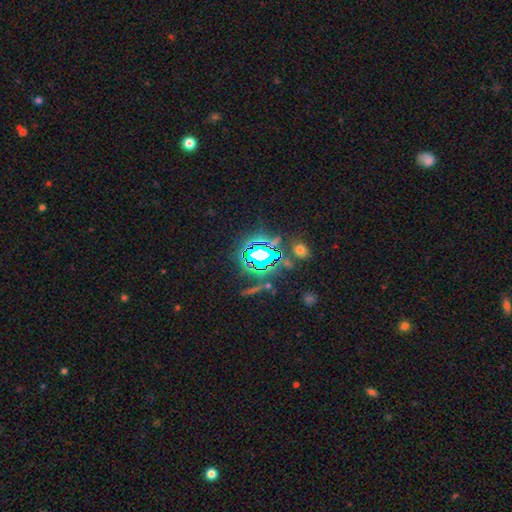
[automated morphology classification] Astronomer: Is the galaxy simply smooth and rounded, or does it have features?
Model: star or artifact — 73%.